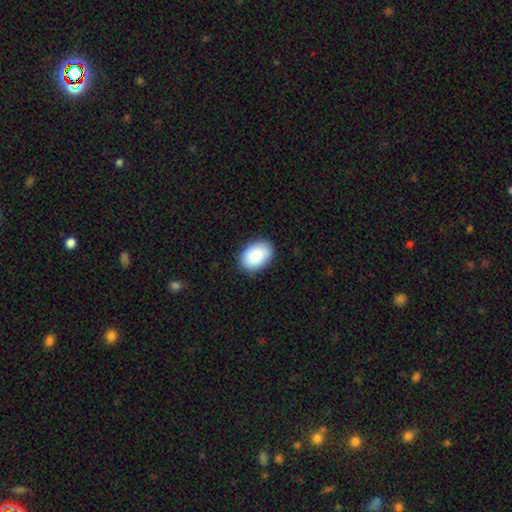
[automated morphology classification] A smooth galaxy with no disk features (90%) that is in between round and cigar-shaped (83%).

Vote fractions:
- Smooth or featured? smooth: 90% / star or artifact: 6% / featured or disk: 4%
- How rounded? in between: 83% / round: 16% / cigar-shaped: 1%
- Merging? none: 87% / minor disturbance: 10% / major disturbance: 2% / merger: 1%